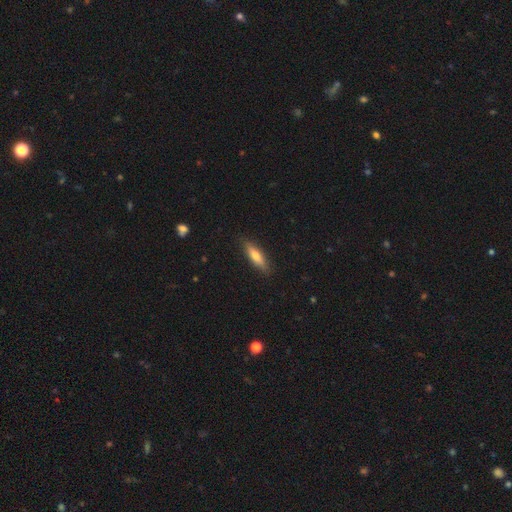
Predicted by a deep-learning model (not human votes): Q: Smooth or featured?
A: smooth (68%); runner-up: featured or disk (26%)
Q: How rounded?
A: cigar-shaped (61%); runner-up: in between (37%)
Q: Merging?
A: none (87%); runner-up: minor disturbance (10%)